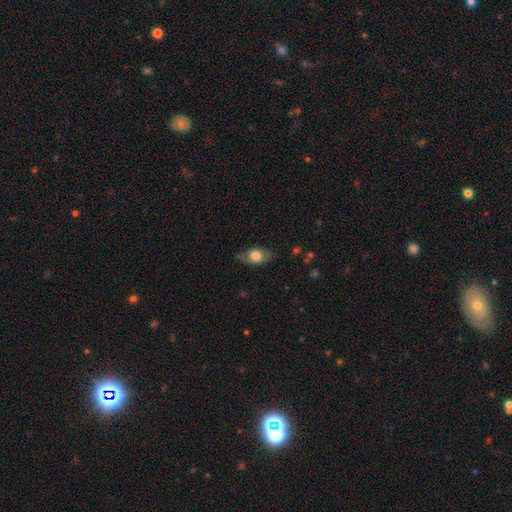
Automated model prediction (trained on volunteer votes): smooth 70%, featured or disk 23%, star or artifact 7%. Down the decision tree: how rounded — in between (86%); merging — none (73%).